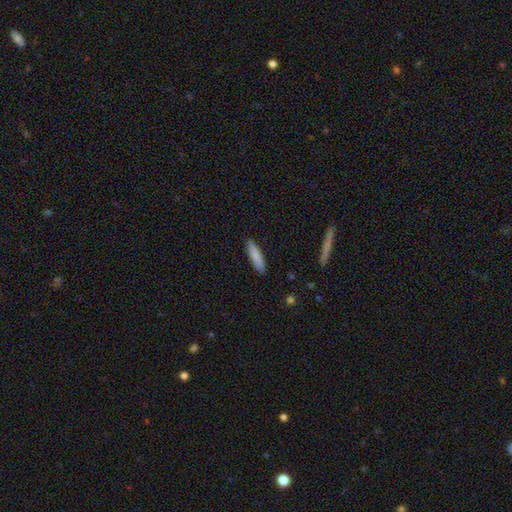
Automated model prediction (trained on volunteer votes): This appears to be a smooth galaxy with no disk features (85%) that is cigar-shaped (70%). Merging: none (89%).